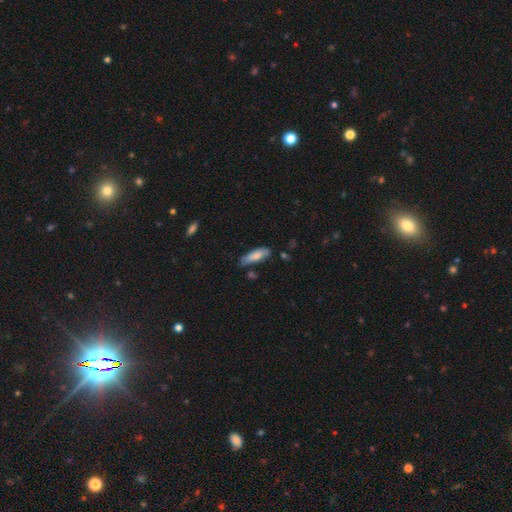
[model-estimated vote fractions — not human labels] Smooth or featured?
  - smooth: 79% *
  - featured or disk: 15%
  - star or artifact: 6%
How rounded?
  - in between: 56% *
  - cigar-shaped: 43%
  - round: 2%
Merging?
  - none: 68% *
  - minor disturbance: 23%
  - major disturbance: 5%
  - merger: 4%